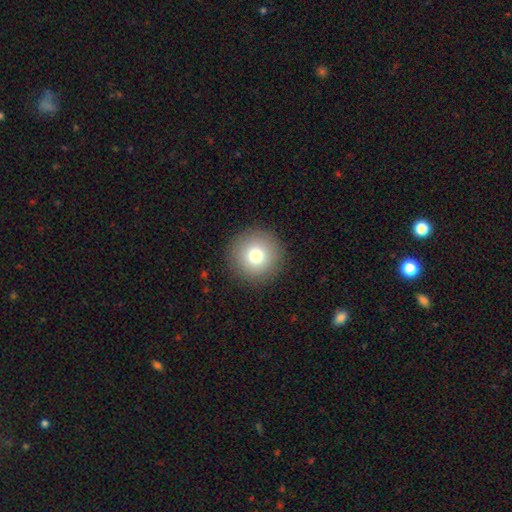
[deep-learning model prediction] This appears to be a smooth galaxy with no disk features (77%) that is round (96%). Merging: none (92%).